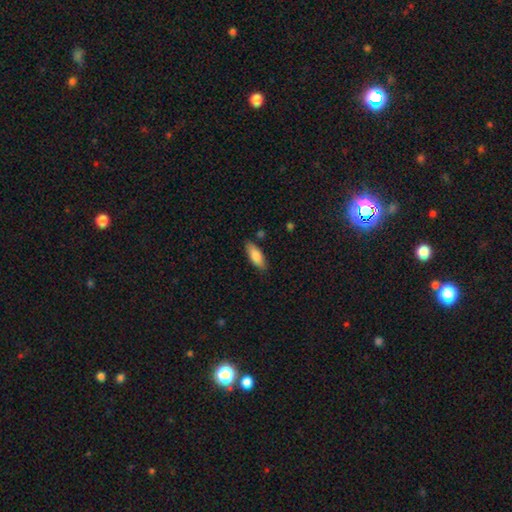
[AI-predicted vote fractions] Morphology: type=smooth (83%); roundness=in between (68%); merging=none (83%).